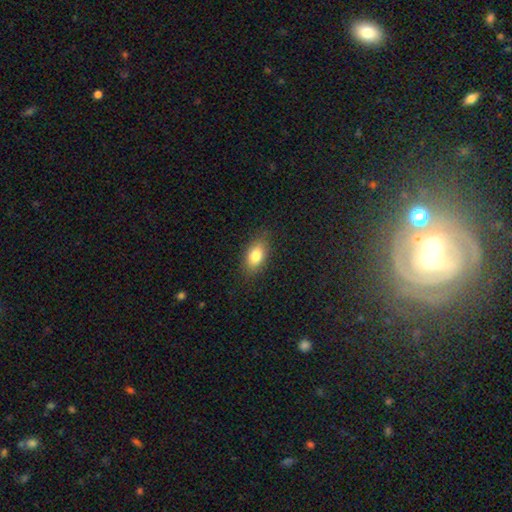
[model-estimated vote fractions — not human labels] Smooth or featured?
  - smooth: 80% *
  - featured or disk: 11%
  - star or artifact: 8%
How rounded?
  - in between: 87% *
  - round: 8%
  - cigar-shaped: 5%
Merging?
  - none: 85% *
  - minor disturbance: 11%
  - major disturbance: 3%
  - merger: 1%